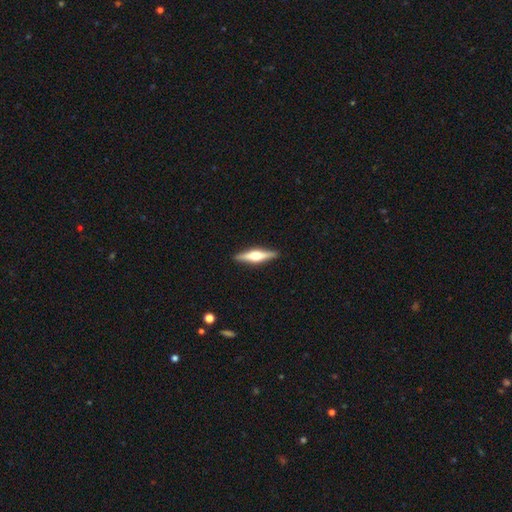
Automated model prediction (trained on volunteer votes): This is likely a featured or disk galaxy (66%). It is clearly viewed edge-on (97%). Edge-on bulge: clearly rounded (91%). Merging: clearly none (91%).